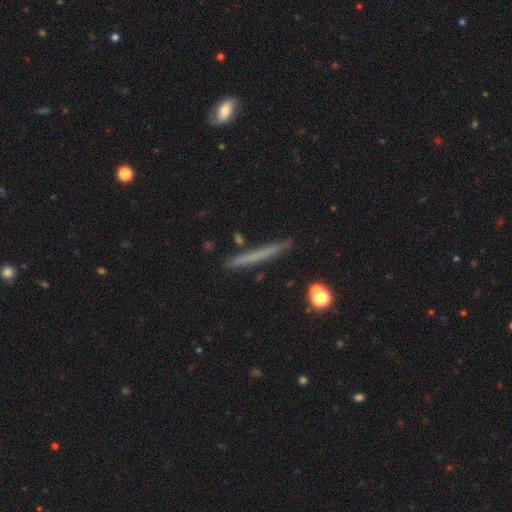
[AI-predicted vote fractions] A smooth galaxy with no disk features (57%) that is cigar-shaped (96%).

Vote fractions:
- Smooth or featured? smooth: 57% / featured or disk: 35% / star or artifact: 8%
- How rounded? cigar-shaped: 96% / in between: 2% / round: 2%
- Merging? none: 87% / minor disturbance: 9% / merger: 2% / major disturbance: 2%